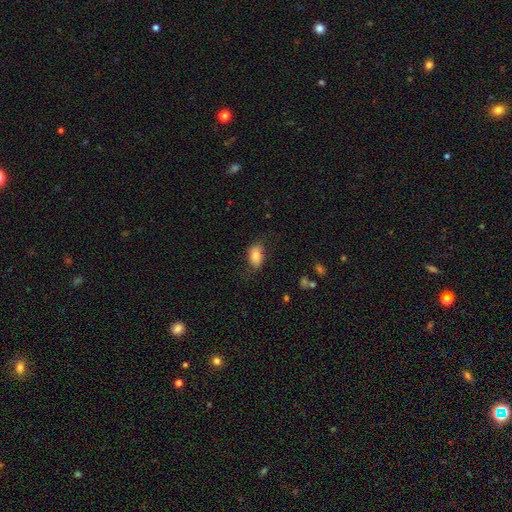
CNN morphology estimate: Smooth or featured? smooth (79%)
How rounded? in between (89%)
Merging? none (69%)